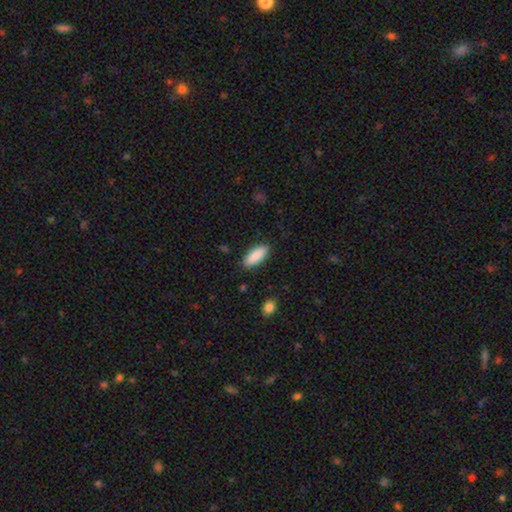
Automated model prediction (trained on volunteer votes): Q: Smooth or featured?
A: smooth (88%); runner-up: featured or disk (6%)
Q: How rounded?
A: in between (69%); runner-up: cigar-shaped (29%)
Q: Merging?
A: none (88%); runner-up: minor disturbance (9%)